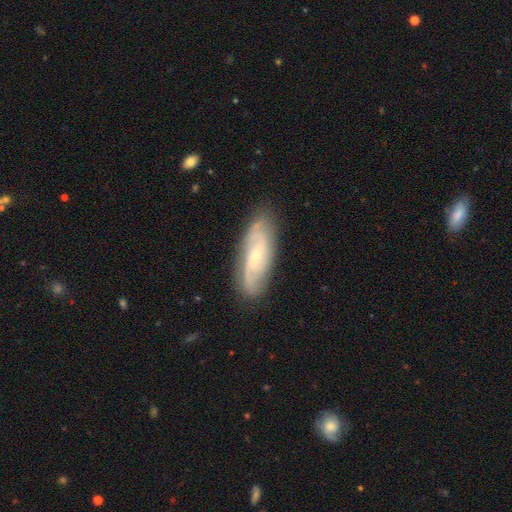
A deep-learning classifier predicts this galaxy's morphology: The model was most divided on "spiral winding": medium: 44%, tight: 34%, loose: 22%. More confident: spiral arms — yes (93%); edge-on disk — no (90%); merging — none (82%); smooth or featured — featured or disk (76%); bulge size — small (71%); spiral arm count — 2 (59%); bar — no (53%).